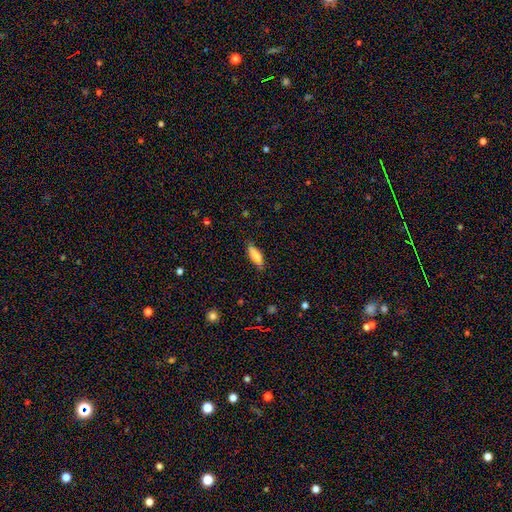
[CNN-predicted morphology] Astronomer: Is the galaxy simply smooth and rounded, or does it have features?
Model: smooth — 76%.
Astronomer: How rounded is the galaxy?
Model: in between — 59% (runner-up: cigar-shaped, 39%).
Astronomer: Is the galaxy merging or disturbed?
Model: none — 75%.